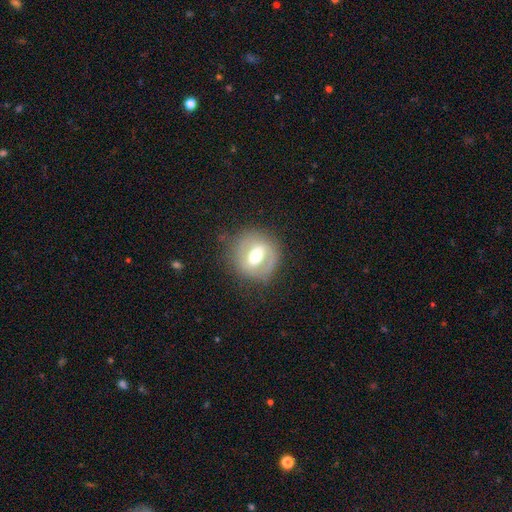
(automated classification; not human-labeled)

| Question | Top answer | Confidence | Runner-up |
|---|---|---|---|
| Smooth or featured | featured or disk | 58% | smooth (35%) |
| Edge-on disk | no | 93% | yes (7%) |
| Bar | strong | 42% | weak (39%) |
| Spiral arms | no | 63% | yes (37%) |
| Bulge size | moderate | 68% | large (16%) |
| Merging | none | 75% | minor disturbance (15%) |